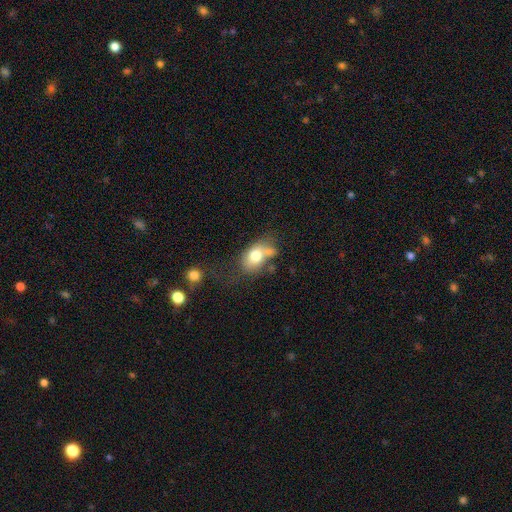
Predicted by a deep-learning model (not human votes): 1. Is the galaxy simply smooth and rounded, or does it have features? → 73% smooth, 18% featured or disk, 9% star or artifact.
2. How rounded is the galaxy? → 76% in between, 22% round, 2% cigar-shaped.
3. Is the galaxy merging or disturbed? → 34% none, 27% merger, 23% minor disturbance, 16% major disturbance.